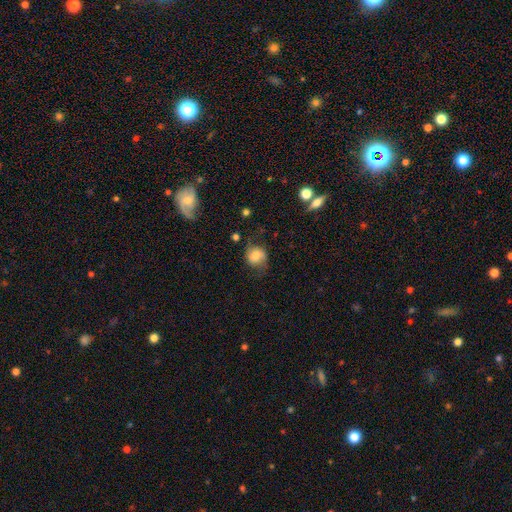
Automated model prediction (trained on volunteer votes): This is possibly a smooth galaxy (48%). Merging: likely none (64%).